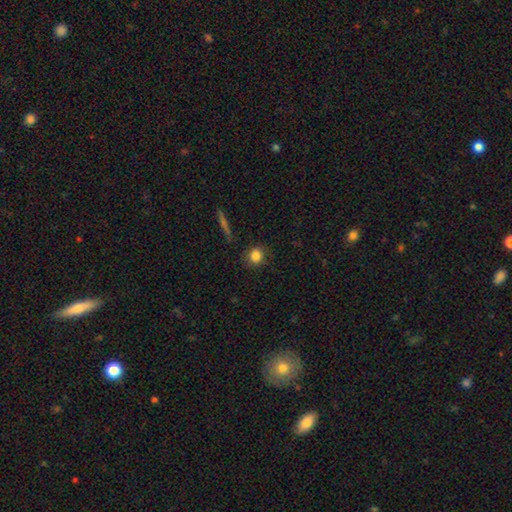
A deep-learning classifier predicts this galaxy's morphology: smooth_or_featured: smooth (p=0.84) [alt: star or artifact p=0.10]
how_rounded: round (p=0.81) [alt: in between p=0.17]
merging: none (p=0.85) [alt: minor disturbance p=0.11]